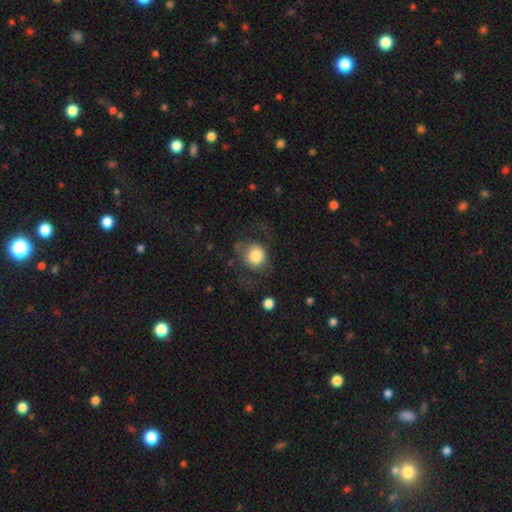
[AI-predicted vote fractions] Overall: smooth (76%). How rounded: round (76%). Merging: none (51%; major disturbance 25%).